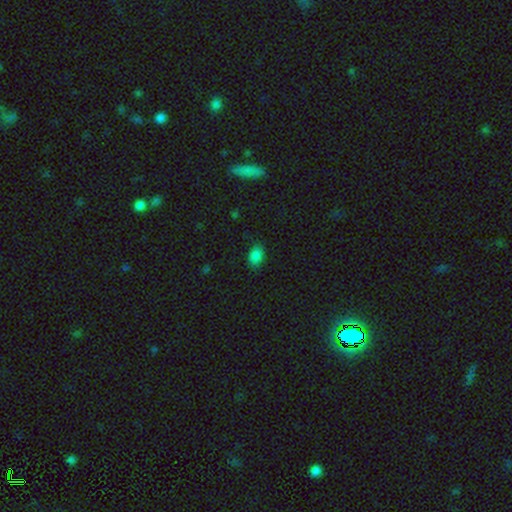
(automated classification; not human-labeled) The model was most divided on "merging": none: 80%, minor disturbance: 16%, major disturbance: 3%, merger: 1%. More confident: smooth or featured — smooth (83%); how rounded — in between (81%).